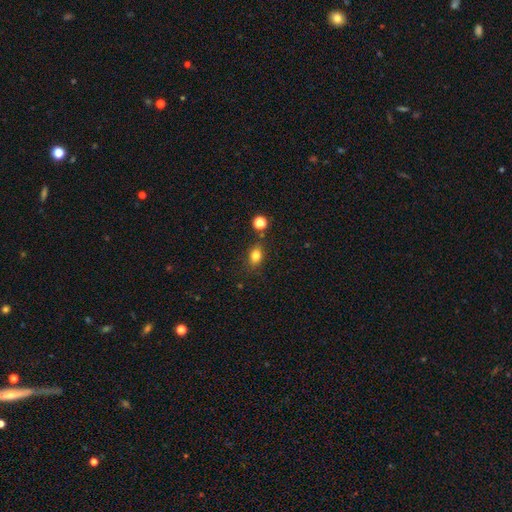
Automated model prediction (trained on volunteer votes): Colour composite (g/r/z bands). It shows a smooth galaxy with no disk features (80%) that is in between round and cigar-shaped (71%). Merging: none (77%).